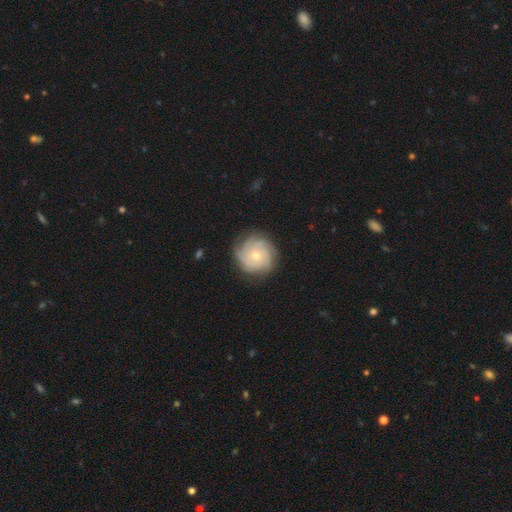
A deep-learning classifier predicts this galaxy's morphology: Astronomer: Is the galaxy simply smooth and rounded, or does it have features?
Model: featured or disk — 77%.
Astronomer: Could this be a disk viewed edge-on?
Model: no — 98%.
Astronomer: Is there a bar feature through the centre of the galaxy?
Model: no — 79%.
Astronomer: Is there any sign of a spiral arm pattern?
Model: yes — 94%.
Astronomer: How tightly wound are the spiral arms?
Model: tight — 73%.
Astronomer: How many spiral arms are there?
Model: can't tell — 33% (runner-up: 3, 22%).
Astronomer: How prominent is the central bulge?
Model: moderate — 52% (runner-up: small, 44%).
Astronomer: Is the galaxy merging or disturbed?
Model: none — 79%.